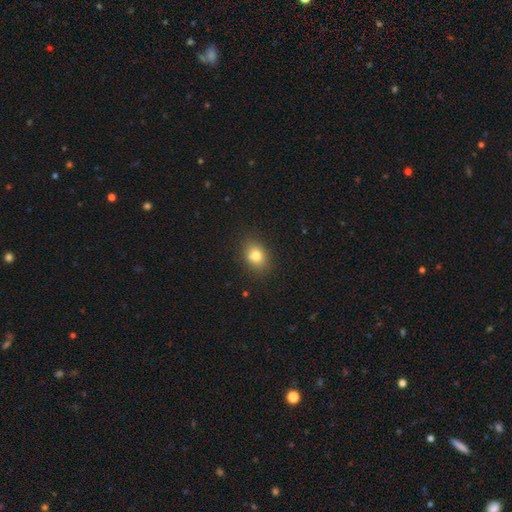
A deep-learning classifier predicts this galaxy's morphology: Overall: smooth (78%). How rounded: in between (56%; round 43%). Merging: none (77%).